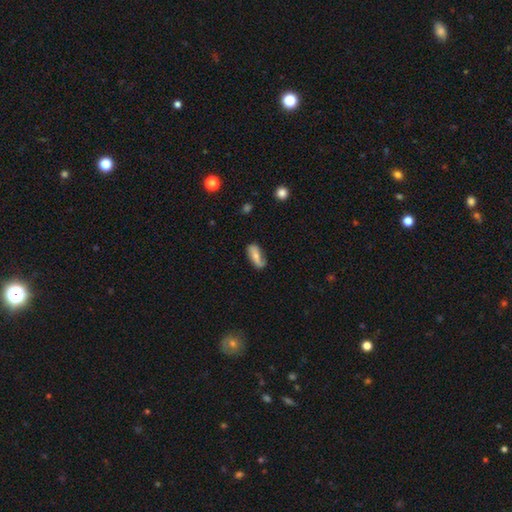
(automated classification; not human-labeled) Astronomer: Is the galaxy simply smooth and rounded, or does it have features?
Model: smooth — 49% (runner-up: featured or disk, 44%).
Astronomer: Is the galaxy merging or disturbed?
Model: none — 63%.